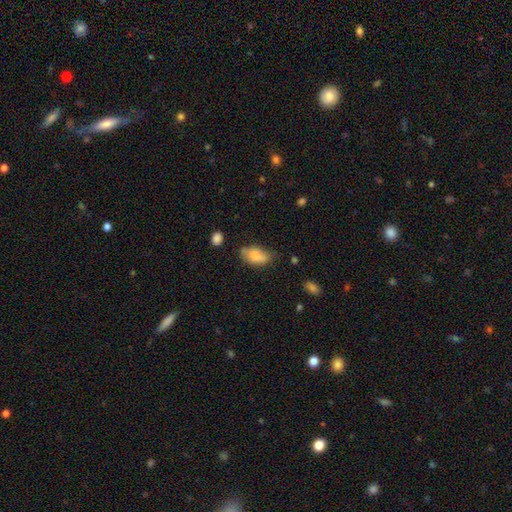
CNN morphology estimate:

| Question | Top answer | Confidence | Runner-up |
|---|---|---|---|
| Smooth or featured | smooth | 79% | featured or disk (14%) |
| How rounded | in between | 92% | round (5%) |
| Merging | none | 60% | minor disturbance (30%) |